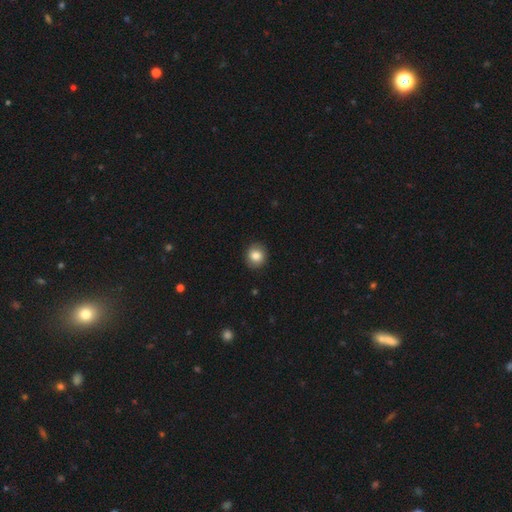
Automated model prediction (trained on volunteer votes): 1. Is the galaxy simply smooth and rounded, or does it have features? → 84% smooth, 9% star or artifact, 7% featured or disk.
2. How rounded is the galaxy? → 83% round, 16% in between, 1% cigar-shaped.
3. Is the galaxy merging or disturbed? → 90% none, 7% minor disturbance, 2% major disturbance, 1% merger.